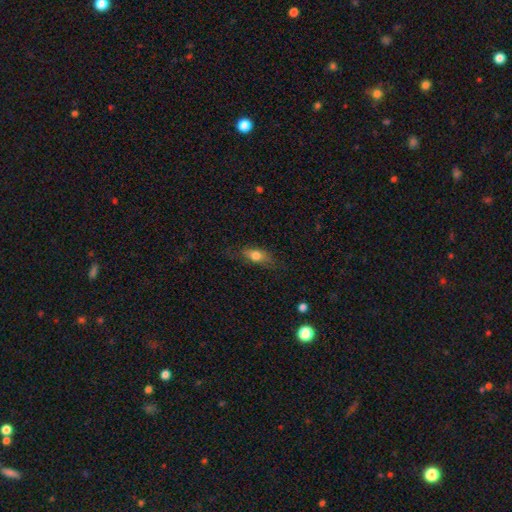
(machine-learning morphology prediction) smooth 72%, featured or disk 20%, star or artifact 8%. Down the decision tree: how rounded — in between (73%); merging — none (70%).